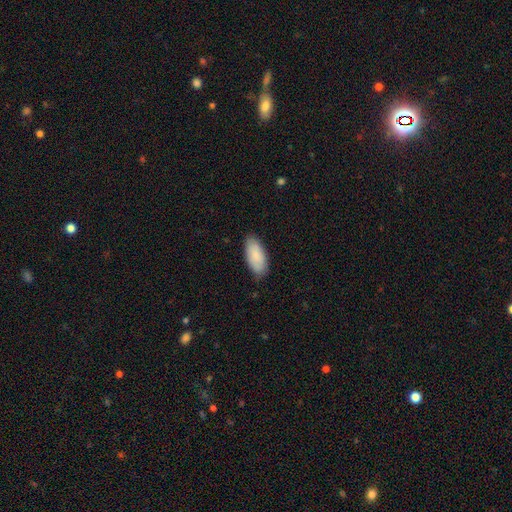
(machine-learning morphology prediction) A smooth galaxy with no disk features (87%) that is in between round and cigar-shaped (90%).

Vote fractions:
- Smooth or featured? smooth: 87% / featured or disk: 7% / star or artifact: 5%
- How rounded? in between: 90% / cigar-shaped: 9% / round: 2%
- Merging? none: 81% / minor disturbance: 15% / major disturbance: 3% / merger: 1%